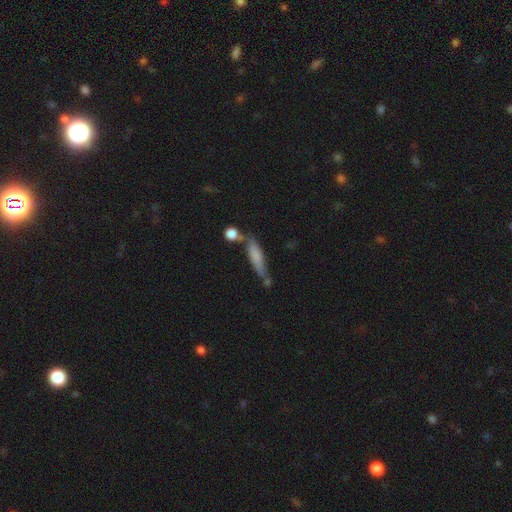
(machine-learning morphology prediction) Smooth or featured? smooth (67%)
How rounded? cigar-shaped (74%)
Merging? none (56%)